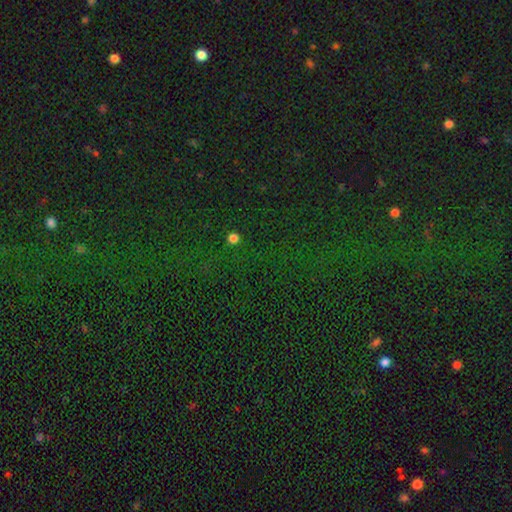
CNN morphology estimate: Smooth or featured?
  - star or artifact: 79% *
  - smooth: 13%
  - featured or disk: 8%